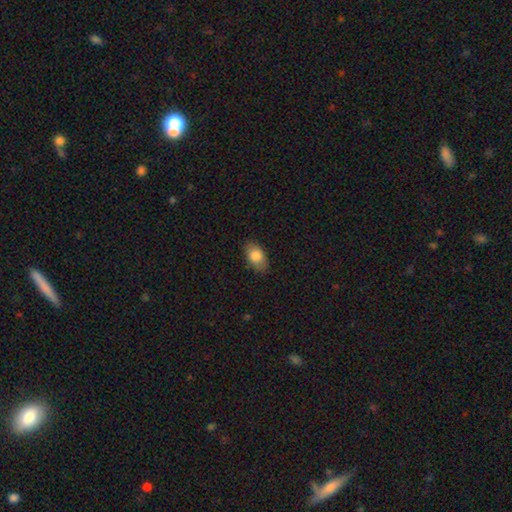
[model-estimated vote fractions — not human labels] This appears to be a smooth galaxy with no disk features (82%) that is in between round and cigar-shaped (90%). Merging: none (85%).